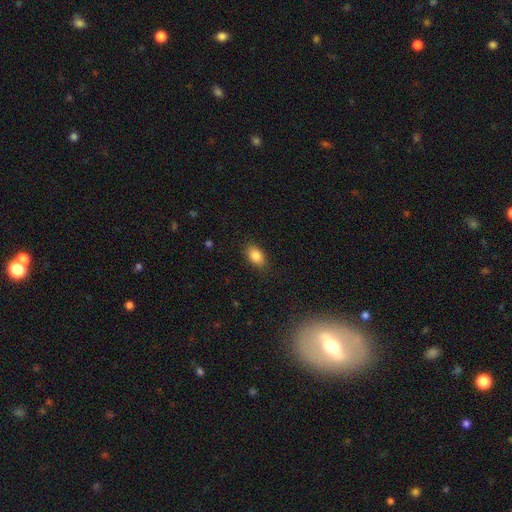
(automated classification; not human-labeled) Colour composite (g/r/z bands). It shows a smooth galaxy with no disk features (85%) that is in between round and cigar-shaped (85%). Merging: none (84%).